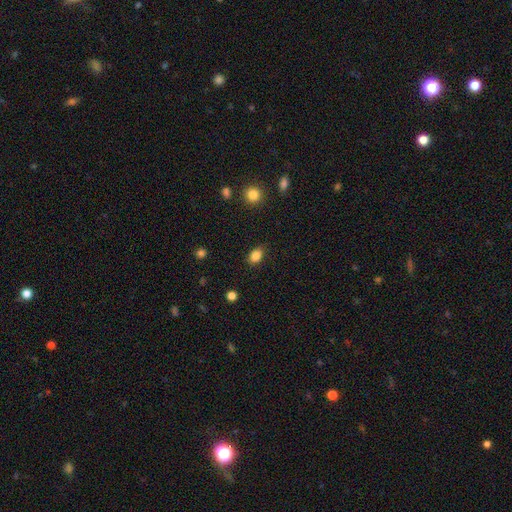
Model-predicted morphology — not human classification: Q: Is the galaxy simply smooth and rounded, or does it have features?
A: smooth — 86%.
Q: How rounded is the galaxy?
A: in between — 79%.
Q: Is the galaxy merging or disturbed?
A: none — 83%.